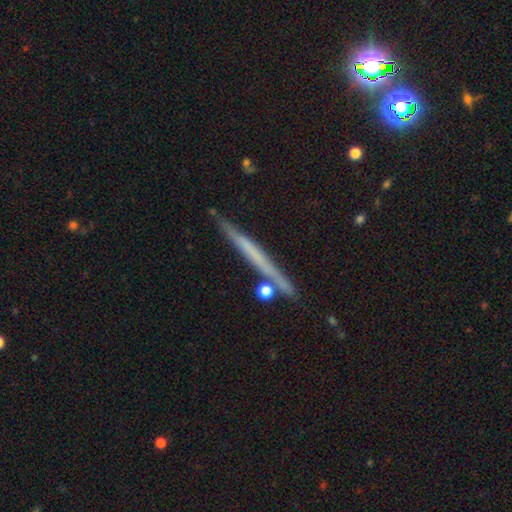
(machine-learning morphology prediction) Smooth or featured? featured or disk (52%)
Edge-on disk? yes (96%)
Merging? none (86%)